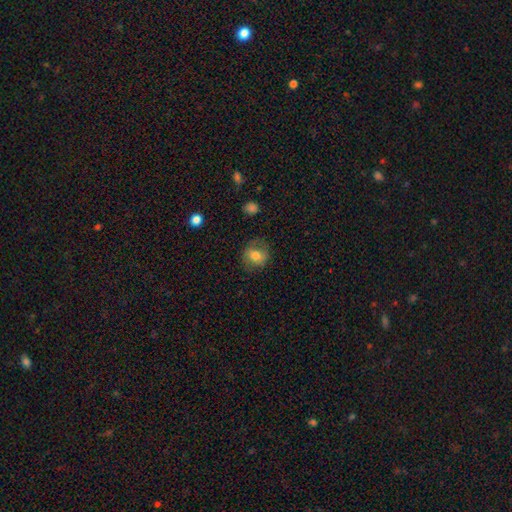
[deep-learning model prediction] Smooth or featured: smooth — 71% (featured or disk — 20%)
How rounded: round — 72% (in between — 27%)
Merging: none — 73% (minor disturbance — 18%)